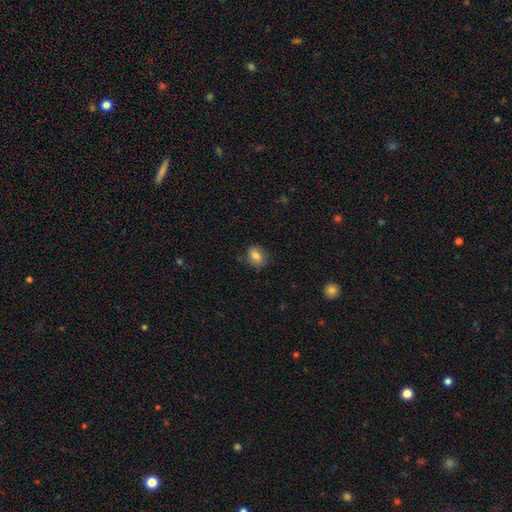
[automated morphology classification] smooth_or_featured: smooth (p=0.81) [alt: featured or disk p=0.09]
how_rounded: in between (p=0.66) [alt: round p=0.33]
merging: none (p=0.75) [alt: minor disturbance p=0.18]